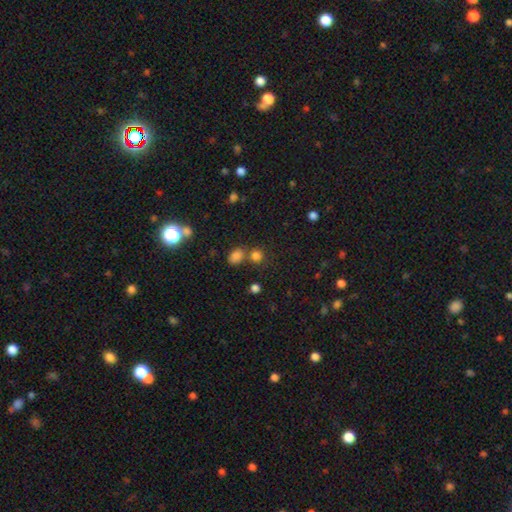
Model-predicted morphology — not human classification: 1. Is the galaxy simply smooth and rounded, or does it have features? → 78% smooth, 17% star or artifact, 6% featured or disk.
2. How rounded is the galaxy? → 76% round, 23% in between, 1% cigar-shaped.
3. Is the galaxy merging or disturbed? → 60% none, 26% merger, 9% minor disturbance, 4% major disturbance.